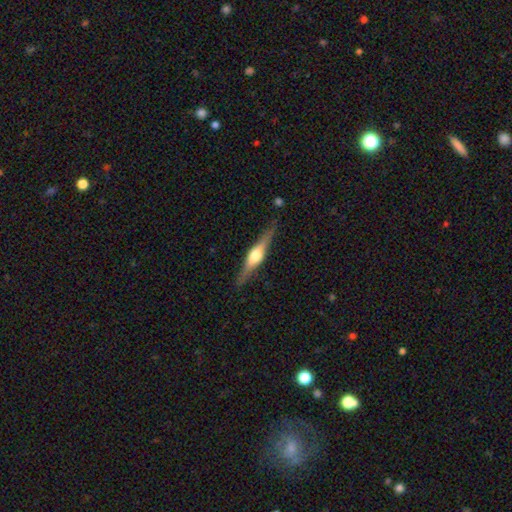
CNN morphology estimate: type=featured or disk (71%); edge-on=yes (97%); edge-on bulge=rounded (93%); merging=none (86%).